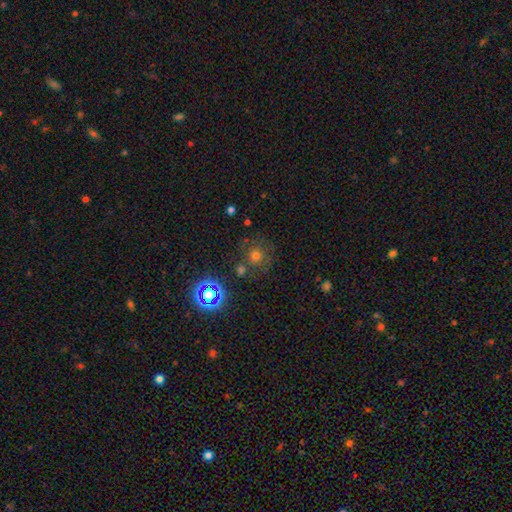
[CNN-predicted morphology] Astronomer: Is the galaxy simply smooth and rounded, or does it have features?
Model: smooth — 58%.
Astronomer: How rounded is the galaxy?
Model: round — 90%.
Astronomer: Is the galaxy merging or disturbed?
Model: none — 68%.